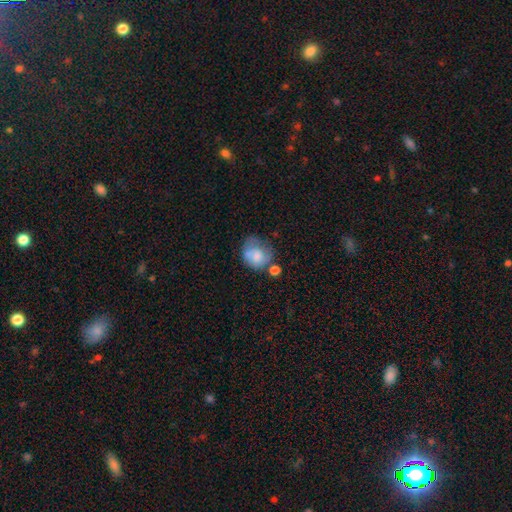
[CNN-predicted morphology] This is likely a smooth galaxy (65%). How rounded: likely round (61%). Merging: marginally none (34%).